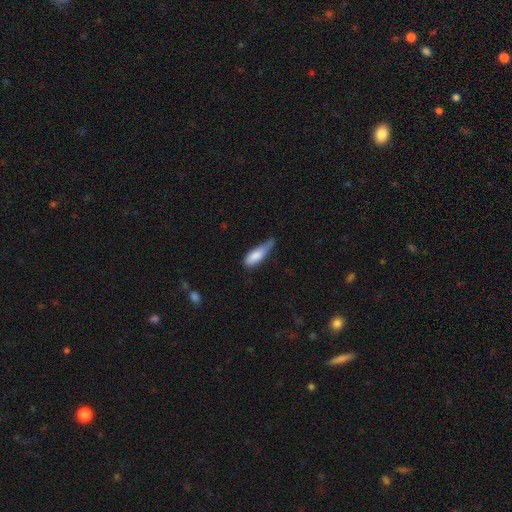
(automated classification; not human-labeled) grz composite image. It shows a smooth galaxy with no disk features (81%) that is in between round and cigar-shaped (50%). Merging: minor disturbance (49%).